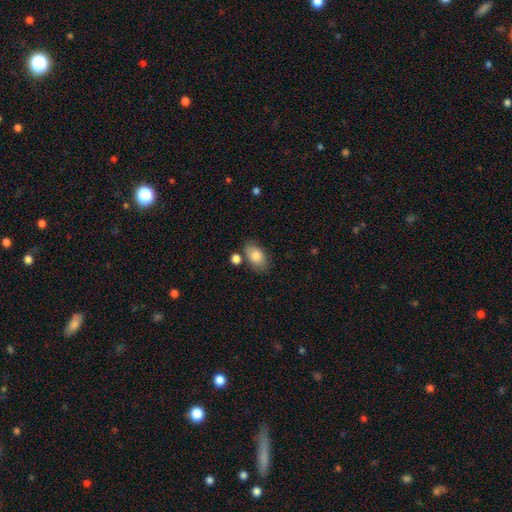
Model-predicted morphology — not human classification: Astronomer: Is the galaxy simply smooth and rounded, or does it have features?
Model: smooth — 82%.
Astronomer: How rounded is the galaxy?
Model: in between — 91%.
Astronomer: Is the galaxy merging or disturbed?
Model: none — 73%.